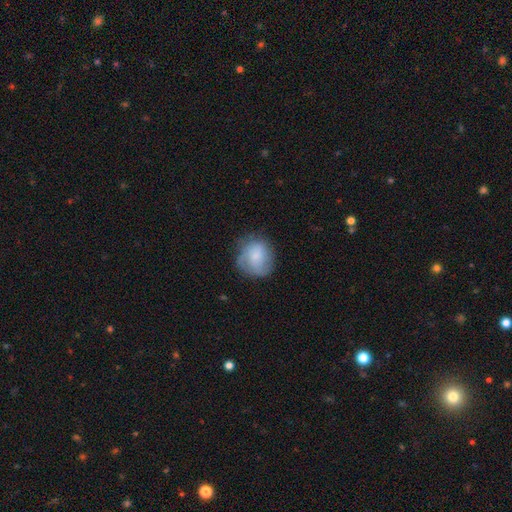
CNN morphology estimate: Smooth or featured: smooth — 61% (featured or disk — 32%)
How rounded: round — 77% (in between — 22%)
Merging: none — 62% (minor disturbance — 25%)